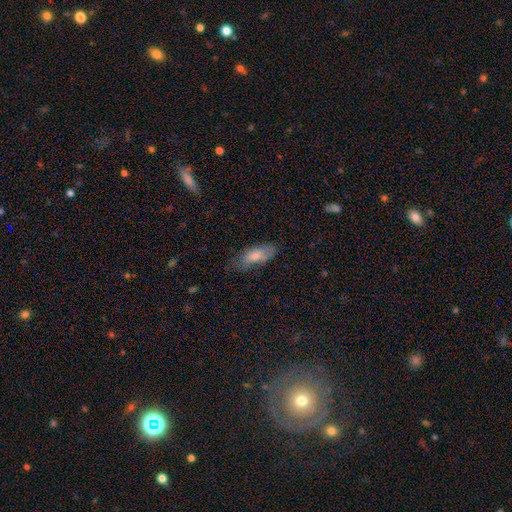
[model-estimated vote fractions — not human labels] This is likely a smooth galaxy (76%). How rounded: likely in between (74%). Merging: likely none (64%).